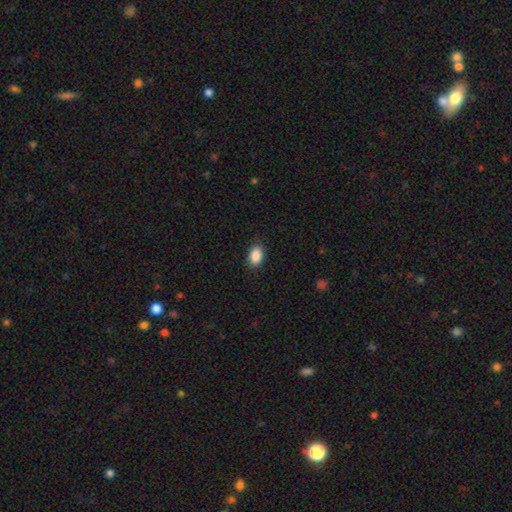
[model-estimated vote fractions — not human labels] A smooth galaxy with no disk features (89%) that is in between round and cigar-shaped (85%). Merging: none (85%).